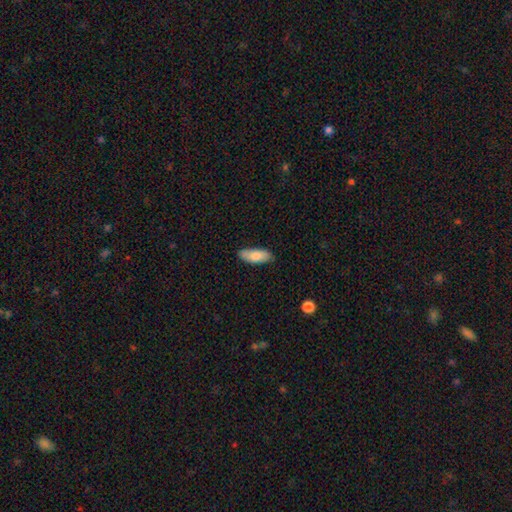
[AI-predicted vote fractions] smooth-or-featured: smooth: 84% | featured or disk: 10% | star or artifact: 6%
  how-rounded: in between: 78% | cigar-shaped: 21% | round: 2%
  merging: none: 82% | minor disturbance: 15% | major disturbance: 2% | merger: 1%